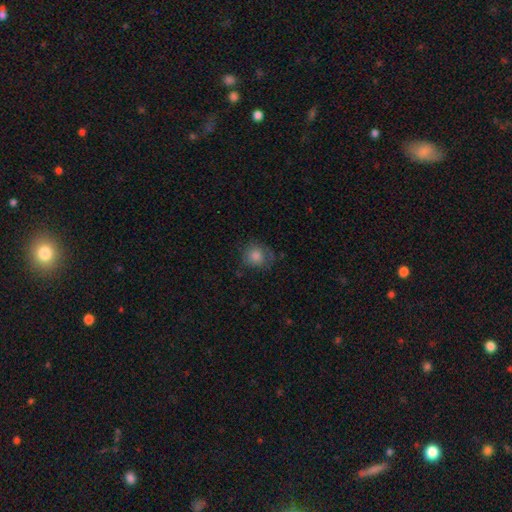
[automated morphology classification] smooth_or_featured: smooth (p=0.76) [alt: featured or disk p=0.13]
how_rounded: round (p=0.82) [alt: in between p=0.17]
merging: none (p=0.67) [alt: minor disturbance p=0.22]